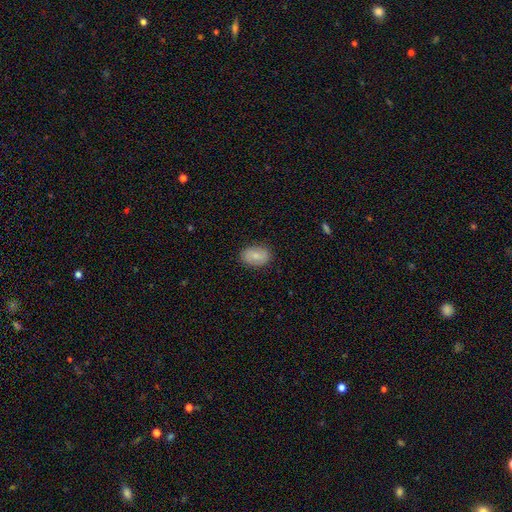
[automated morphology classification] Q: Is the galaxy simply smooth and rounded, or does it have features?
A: smooth — 80%.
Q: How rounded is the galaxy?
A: in between — 86%.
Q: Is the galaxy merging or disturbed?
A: none — 86%.